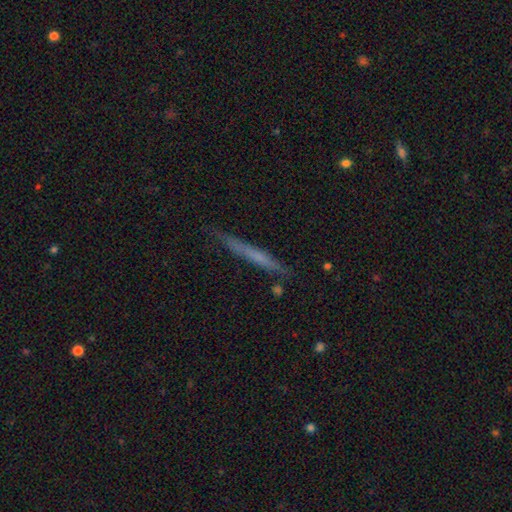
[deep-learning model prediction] A featured or disk galaxy (47%).

Vote fractions:
- Smooth or featured? featured or disk: 47% / smooth: 46% / star or artifact: 7%
- Merging? none: 84% / minor disturbance: 12% / major disturbance: 2% / merger: 2%